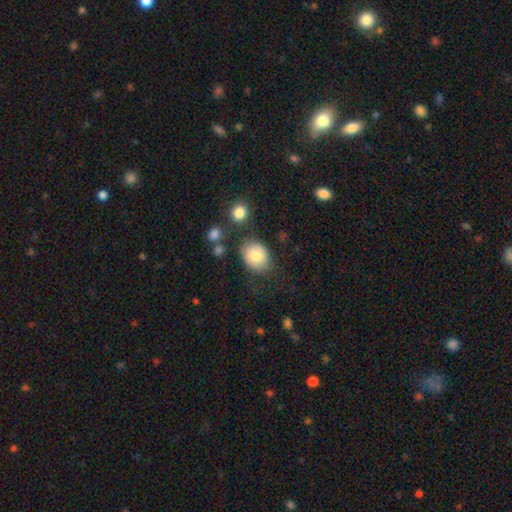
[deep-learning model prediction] smooth 76%, featured or disk 16%, star or artifact 8%. Down the decision tree: how rounded — in between (51%); merging — none (71%).